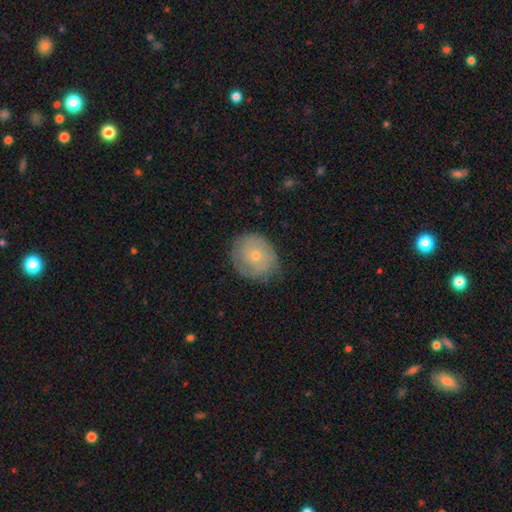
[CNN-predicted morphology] smooth_or_featured: featured or disk (p=0.52) [alt: smooth p=0.41]
disk_edge_on: no (p=0.97) [alt: yes p=0.03]
bar: no (p=0.84) [alt: weak p=0.14]
has_spiral_arms: yes (p=0.74) [alt: no p=0.26]
bulge_size: small (p=0.67) [alt: moderate p=0.30]
merging: none (p=0.72) [alt: minor disturbance p=0.21]